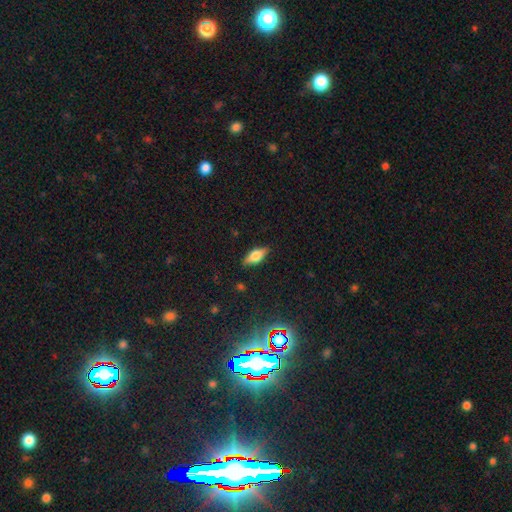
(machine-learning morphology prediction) Smooth or featured? smooth (58%)
How rounded? in between (77%)
Merging? none (86%)